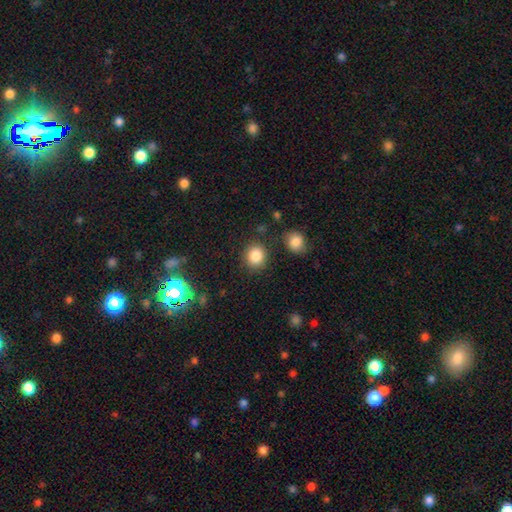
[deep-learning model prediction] smooth-or-featured: smooth: 85% | star or artifact: 10% | featured or disk: 5%
  how-rounded: round: 79% | in between: 20% | cigar-shaped: 1%
  merging: none: 83% | minor disturbance: 9% | merger: 4% | major disturbance: 3%